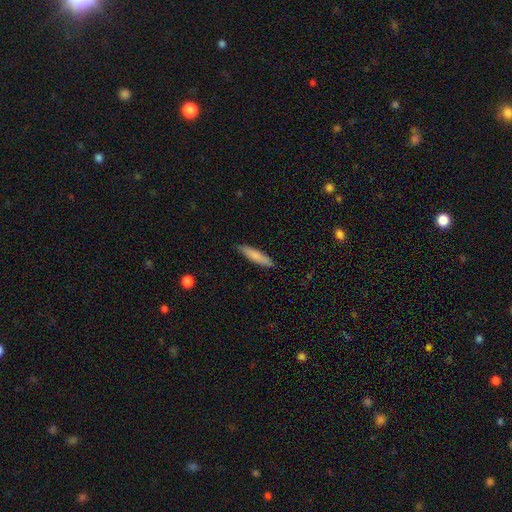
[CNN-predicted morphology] Q: Smooth or featured?
A: smooth (79%); runner-up: featured or disk (16%)
Q: How rounded?
A: cigar-shaped (81%); runner-up: in between (18%)
Q: Merging?
A: none (87%); runner-up: minor disturbance (10%)